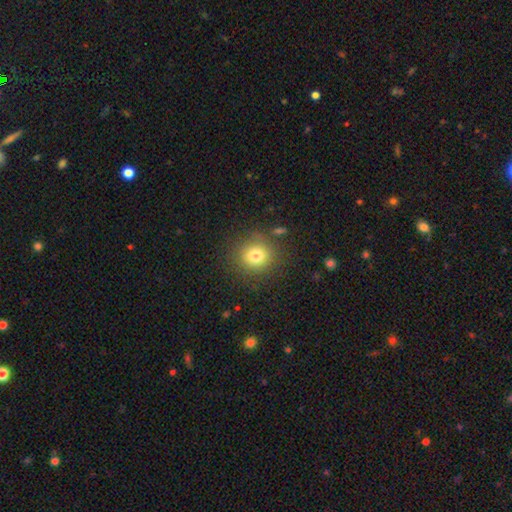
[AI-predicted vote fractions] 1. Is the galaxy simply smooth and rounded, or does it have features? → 79% smooth, 12% star or artifact, 9% featured or disk.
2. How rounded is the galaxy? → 88% round, 11% in between, 1% cigar-shaped.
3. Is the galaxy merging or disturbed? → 84% none, 9% minor disturbance, 4% major disturbance, 2% merger.